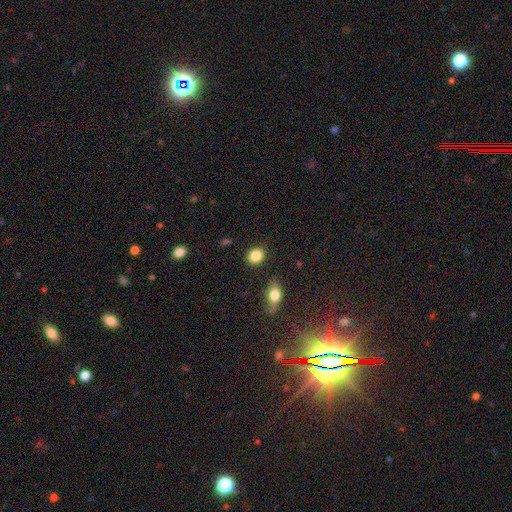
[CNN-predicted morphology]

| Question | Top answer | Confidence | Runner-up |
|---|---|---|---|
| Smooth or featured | smooth | 85% | star or artifact (9%) |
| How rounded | round | 58% | in between (41%) |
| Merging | none | 87% | minor disturbance (8%) |